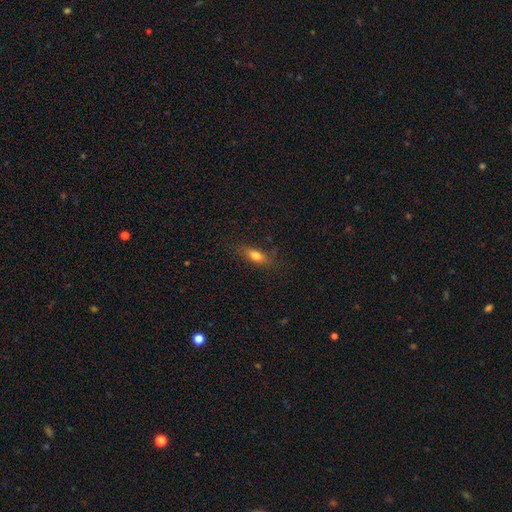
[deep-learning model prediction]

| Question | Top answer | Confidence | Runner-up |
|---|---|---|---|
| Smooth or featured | smooth | 74% | featured or disk (17%) |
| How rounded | in between | 67% | cigar-shaped (29%) |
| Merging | none | 75% | minor disturbance (18%) |